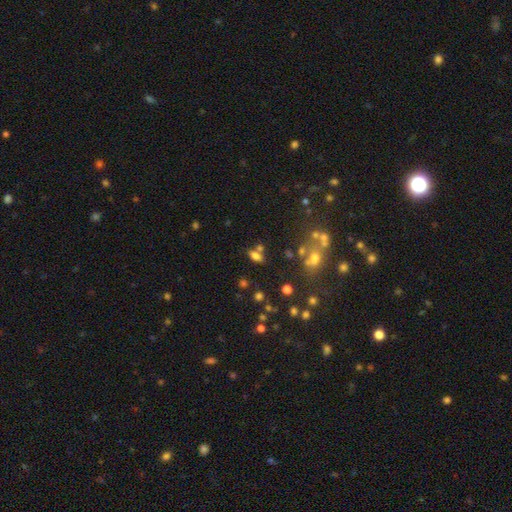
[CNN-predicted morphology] type=smooth (67%); roundness=in between (81%); merging=none (61%).